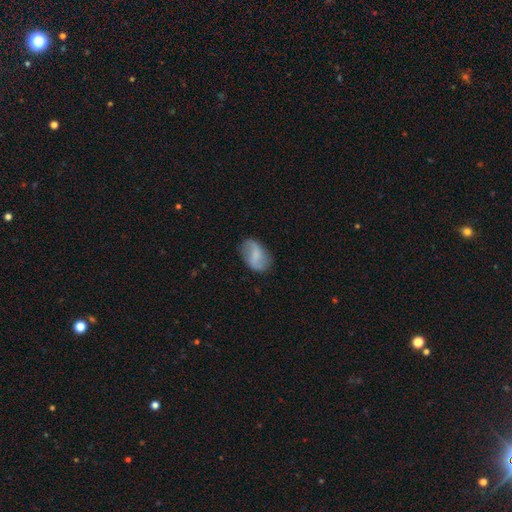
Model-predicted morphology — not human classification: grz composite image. It shows a featured or disk galaxy (49%). Merging: none (74%).